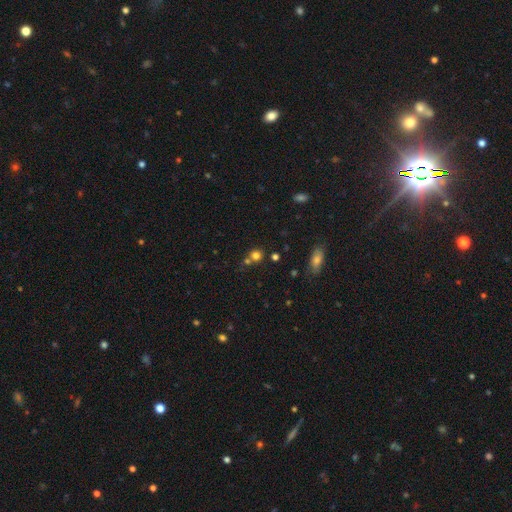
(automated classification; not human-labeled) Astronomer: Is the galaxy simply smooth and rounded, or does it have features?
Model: smooth — 73%.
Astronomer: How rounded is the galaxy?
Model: round — 86%.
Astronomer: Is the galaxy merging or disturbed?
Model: none — 60%.